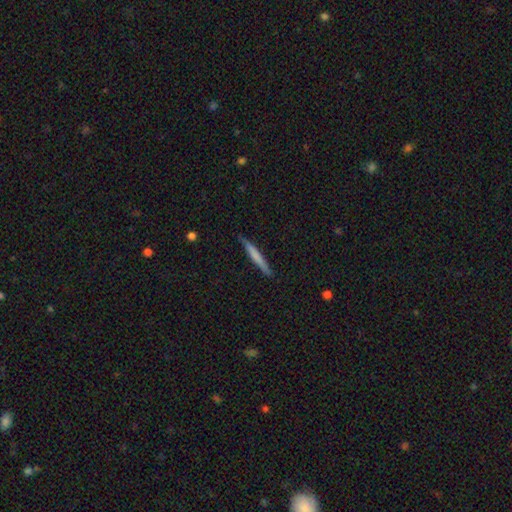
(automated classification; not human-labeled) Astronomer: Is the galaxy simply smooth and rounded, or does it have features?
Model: smooth — 61%.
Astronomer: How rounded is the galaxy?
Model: cigar-shaped — 96%.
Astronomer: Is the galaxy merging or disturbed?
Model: none — 88%.